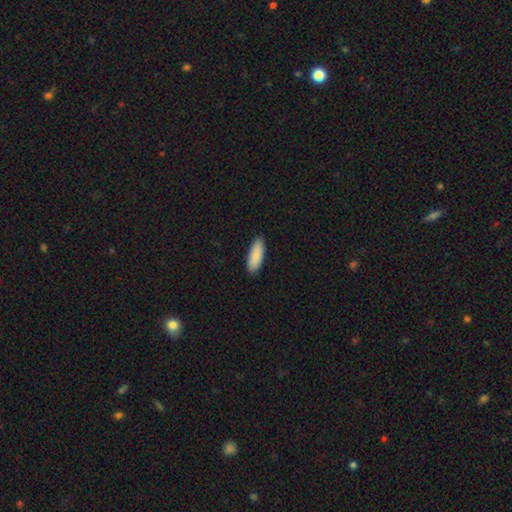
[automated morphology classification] Smooth or featured?
  - smooth: 90% *
  - star or artifact: 5%
  - featured or disk: 4%
How rounded?
  - in between: 70% *
  - cigar-shaped: 28%
  - round: 2%
Merging?
  - none: 89% *
  - minor disturbance: 9%
  - major disturbance: 2%
  - merger: 1%